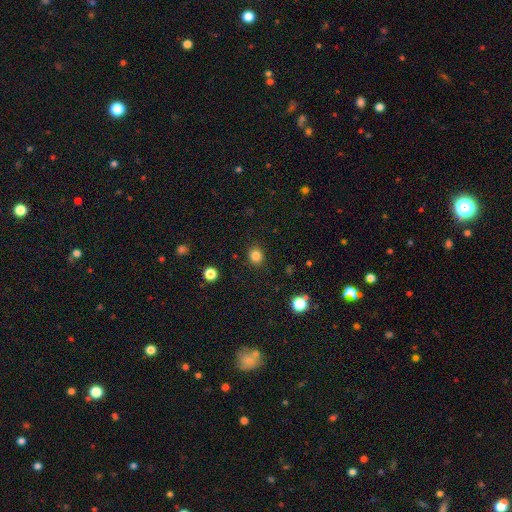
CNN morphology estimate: smooth 84%, star or artifact 12%, featured or disk 4%. Down the decision tree: how rounded — round (77%); merging — none (90%).